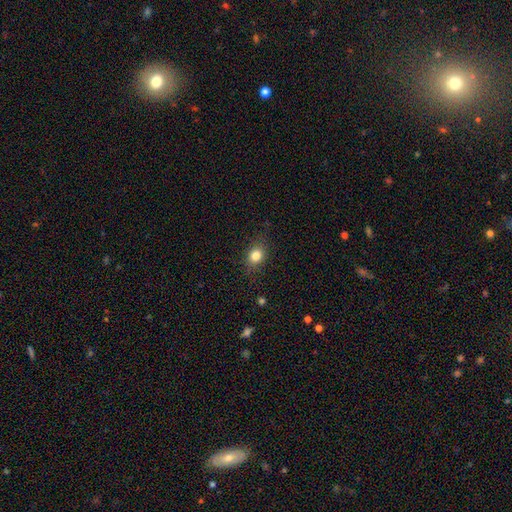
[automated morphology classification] Smooth or featured: smooth — 82% (star or artifact — 11%)
How rounded: round — 51% (in between — 47%)
Merging: none — 82% (minor disturbance — 13%)